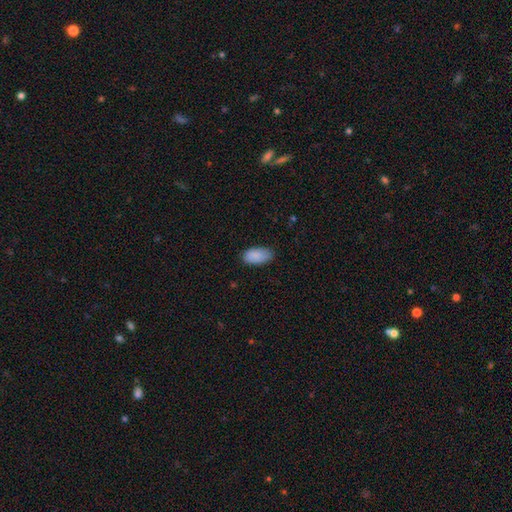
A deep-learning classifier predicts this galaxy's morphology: Smooth or featured? Predicted: smooth (p=0.89). How rounded? Predicted: in between (p=0.94). Merging? Predicted: none (p=0.80).